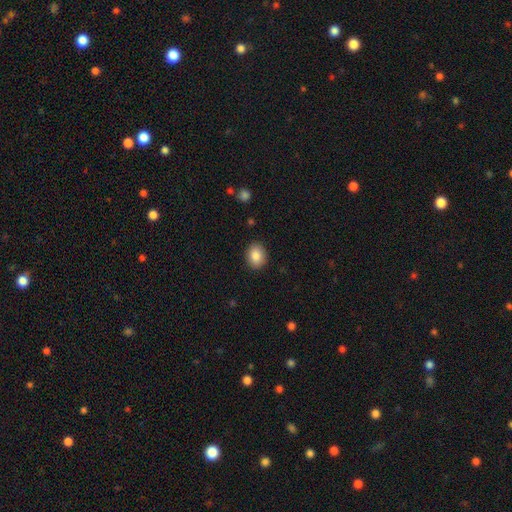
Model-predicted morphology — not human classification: A smooth galaxy with no disk features (86%) that is in between round and cigar-shaped (54%).

Vote fractions:
- Smooth or featured? smooth: 86% / star or artifact: 8% / featured or disk: 6%
- How rounded? in between: 54% / round: 45% / cigar-shaped: 1%
- Merging? none: 89% / minor disturbance: 8% / major disturbance: 2% / merger: 1%